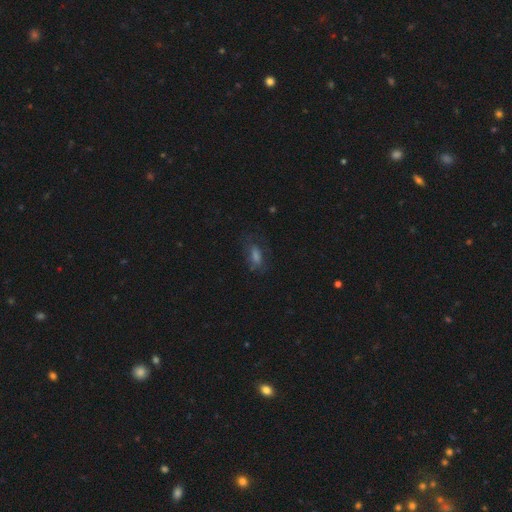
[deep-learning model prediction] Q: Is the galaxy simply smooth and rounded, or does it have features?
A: smooth — 54%.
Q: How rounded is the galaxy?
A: in between — 74%.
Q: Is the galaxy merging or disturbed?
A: none — 65%.